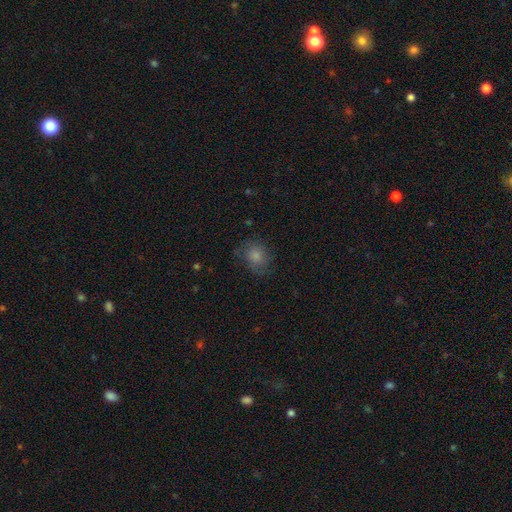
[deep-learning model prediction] This is likely a smooth galaxy (74%). How rounded: likely round (61%). Merging: likely none (68%).